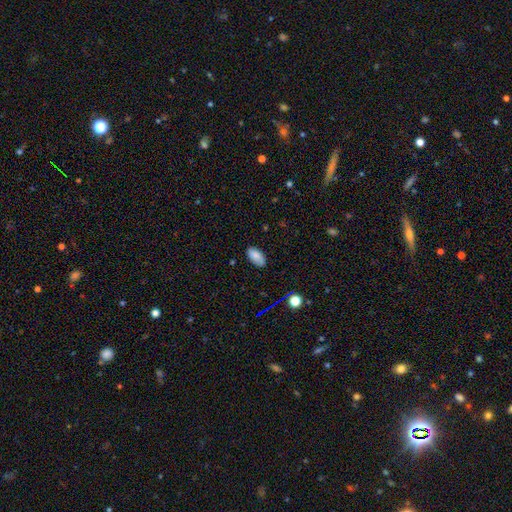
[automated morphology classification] Smooth or featured?
  - smooth: 85% *
  - star or artifact: 8%
  - featured or disk: 7%
How rounded?
  - in between: 94% *
  - cigar-shaped: 3%
  - round: 3%
Merging?
  - none: 82% *
  - minor disturbance: 14%
  - major disturbance: 2%
  - merger: 1%